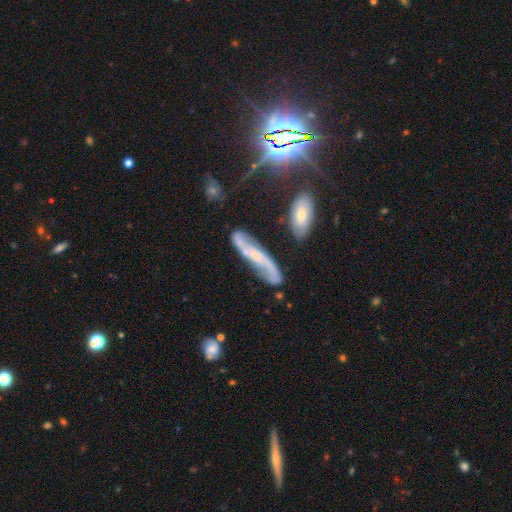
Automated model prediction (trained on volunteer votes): smooth-or-featured: featured or disk: 73% | smooth: 16% | star or artifact: 12%
  disk-edge-on: no: 80% | yes: 20%
    bar: no: 39% | weak: 38% | strong: 23%
    has-spiral-arms: yes: 92% | no: 8%
      spiral-winding: loose: 57% | medium: 30% | tight: 12%
      spiral-arm-count: 2: 88% | can't tell: 6% | 1: 2% | 3: 1% | 4: 1% | more than 4: 1%
    bulge-size: small: 48% | none: 30% | moderate: 18% | large: 3% | dominant: 2%
  merging: none: 66% | minor disturbance: 20% | major disturbance: 9% | merger: 6%